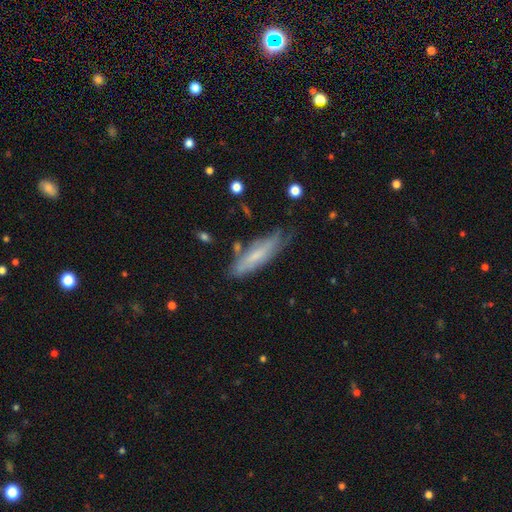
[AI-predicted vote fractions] Smooth or featured? smooth (53%)
How rounded? cigar-shaped (64%)
Merging? none (63%)